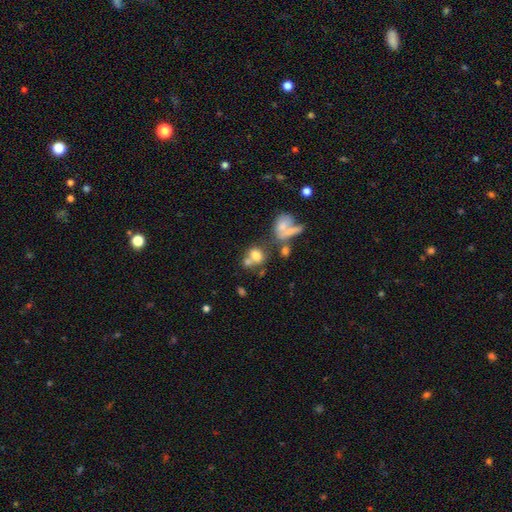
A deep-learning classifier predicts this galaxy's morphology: This appears to be a smooth galaxy with no disk features (70%) that is round (55%). Merging: merger (43%).